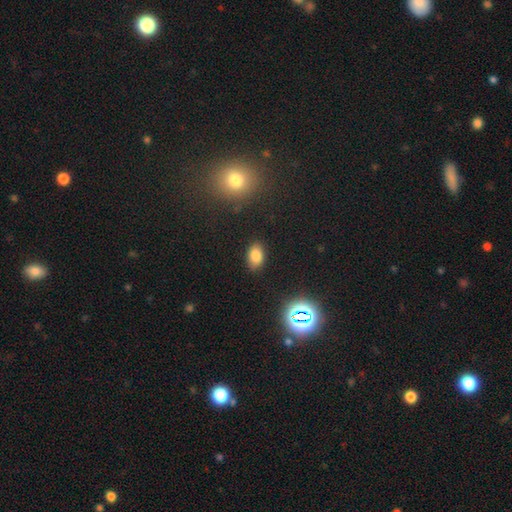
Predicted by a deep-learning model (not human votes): smooth 80%, star or artifact 14%, featured or disk 6%. Down the decision tree: how rounded — in between (88%); merging — none (85%).